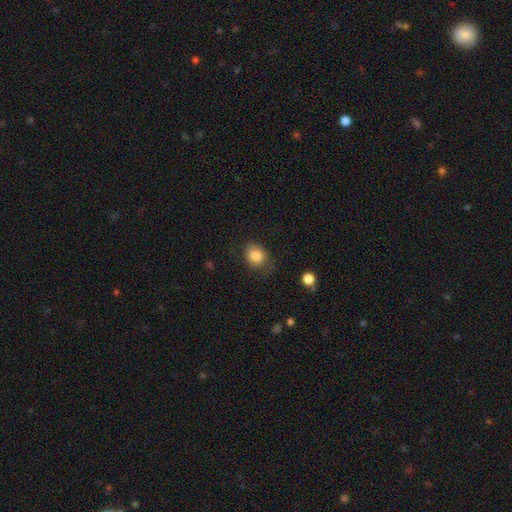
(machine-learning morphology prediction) type=smooth (84%); roundness=round (54%); merging=none (69%).